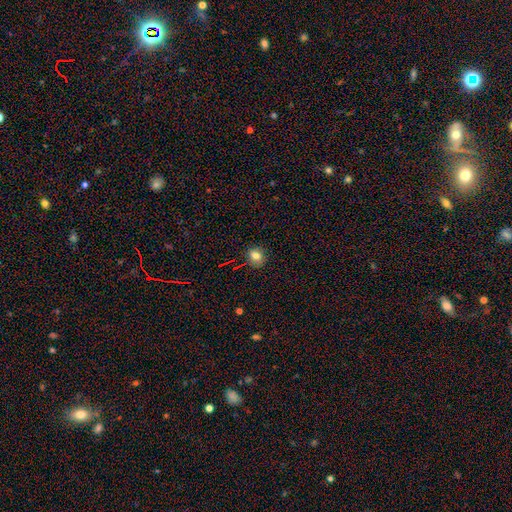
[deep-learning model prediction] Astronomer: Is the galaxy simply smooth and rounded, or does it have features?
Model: smooth — 77%.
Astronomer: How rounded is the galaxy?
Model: round — 68%.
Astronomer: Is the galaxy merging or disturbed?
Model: none — 82%.